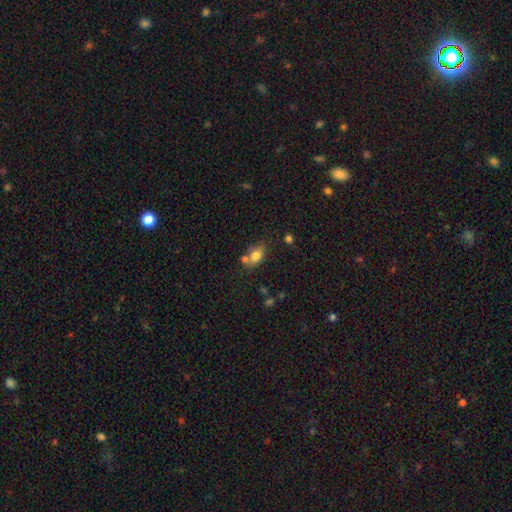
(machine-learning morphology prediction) Smooth or featured? Predicted: smooth (p=0.77). How rounded? Predicted: in between (p=0.78). Merging? Predicted: none (p=0.52).